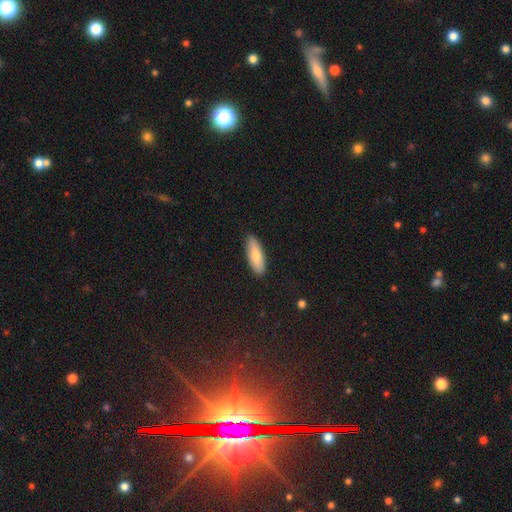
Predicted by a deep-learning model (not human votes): This is likely a smooth galaxy (76%). How rounded: possibly in between (59%). Merging: clearly none (89%).